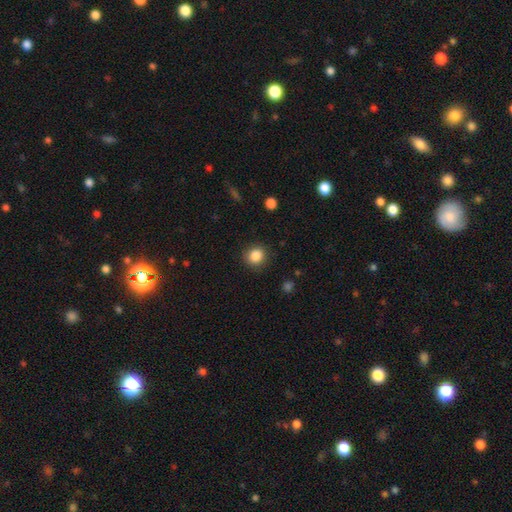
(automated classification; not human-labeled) The model was most divided on "smooth or featured": smooth: 86%, star or artifact: 10%, featured or disk: 4%. More confident: merging — none (89%); how rounded — round (88%).